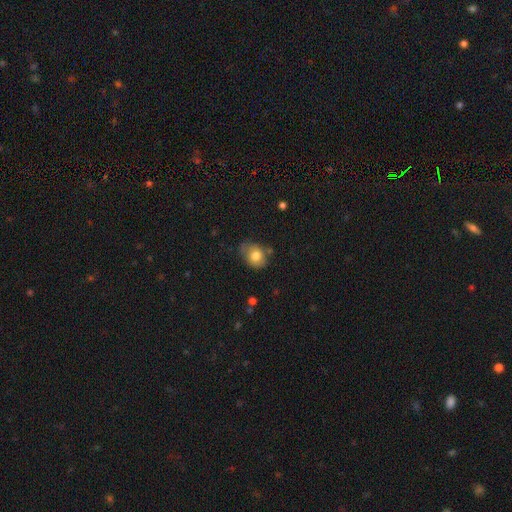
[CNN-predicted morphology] This appears to be a smooth galaxy with no disk features (76%) that is in between round and cigar-shaped (59%). Merging: none (63%).